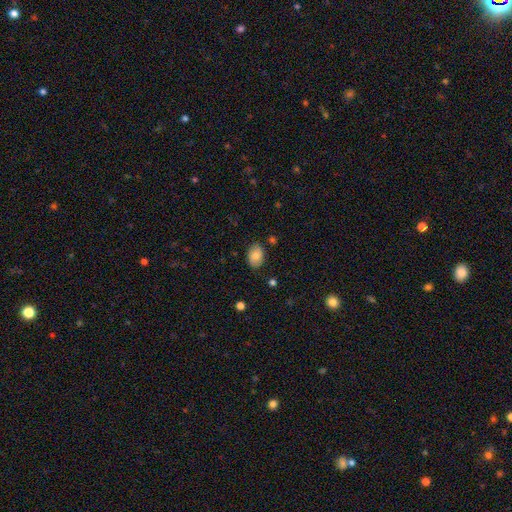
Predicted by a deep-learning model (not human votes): Smooth or featured?
  - smooth: 74% *
  - featured or disk: 18%
  - star or artifact: 8%
How rounded?
  - in between: 82% *
  - round: 17%
  - cigar-shaped: 1%
Merging?
  - none: 82% *
  - minor disturbance: 13%
  - major disturbance: 3%
  - merger: 2%